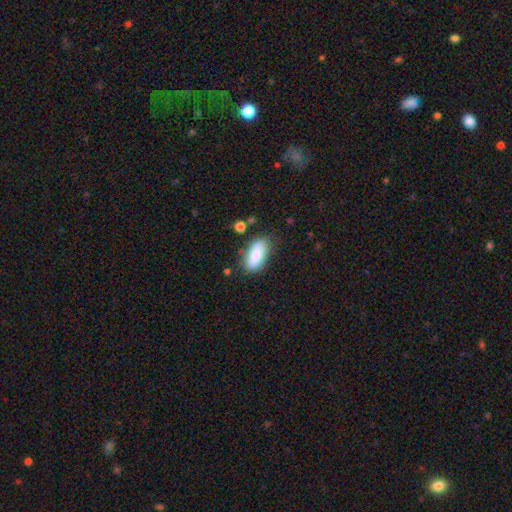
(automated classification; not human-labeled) Overall: smooth (82%). How rounded: in between (86%). Merging: none (77%).